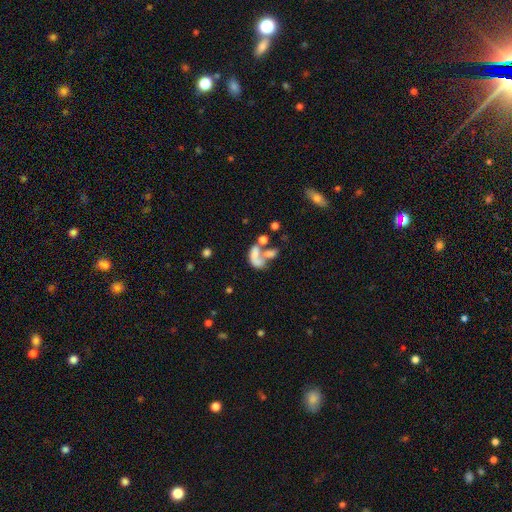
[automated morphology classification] The model was most divided on "smooth or featured": smooth: 48%, featured or disk: 39%, star or artifact: 13%. More confident: merging — merger (60%).